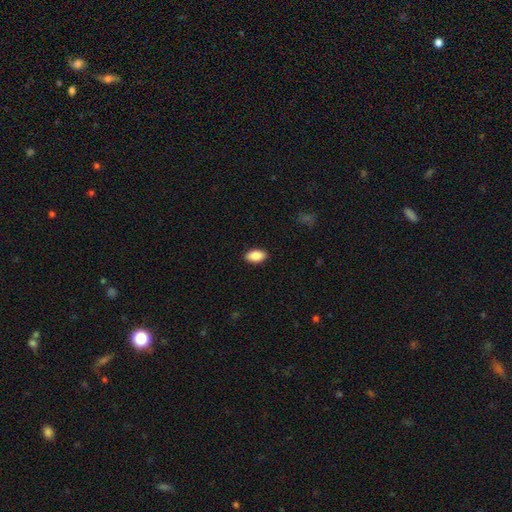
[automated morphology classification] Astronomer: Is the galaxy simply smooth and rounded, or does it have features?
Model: smooth — 89%.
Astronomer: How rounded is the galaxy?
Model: in between — 93%.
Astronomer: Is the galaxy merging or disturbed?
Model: none — 89%.